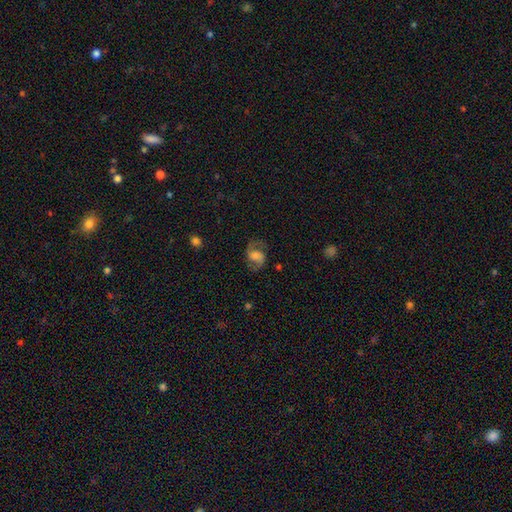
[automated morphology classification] Smooth or featured? featured or disk (57%)
Edge-on disk? no (97%)
Bar? no (46%)
Spiral arms? yes (88%)
Bulge size? moderate (34%)
Merging? none (66%)